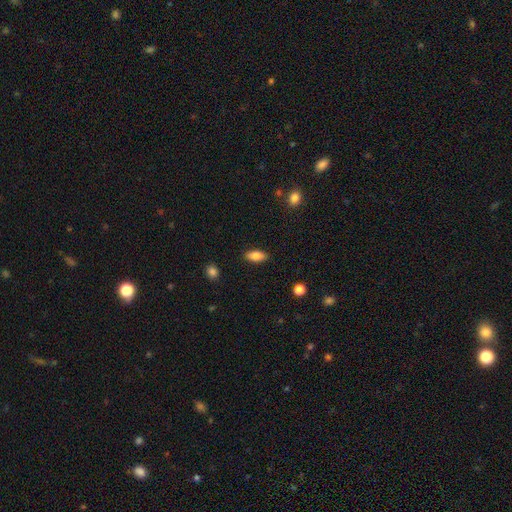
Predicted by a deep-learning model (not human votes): Overall: smooth (81%). How rounded: in between (85%). Merging: none (88%).